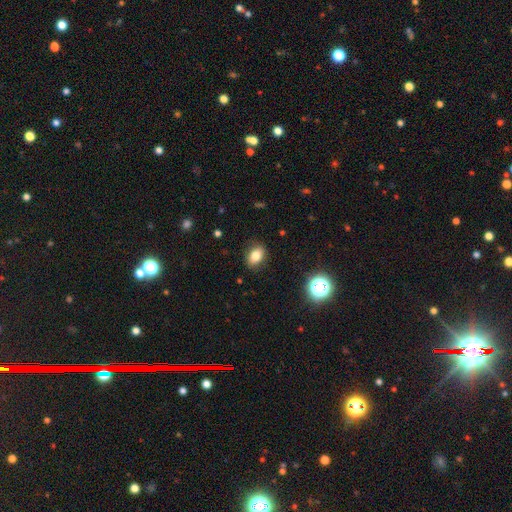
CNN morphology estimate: This is likely a smooth galaxy (79%). How rounded: clearly in between (81%). Merging: clearly none (86%).